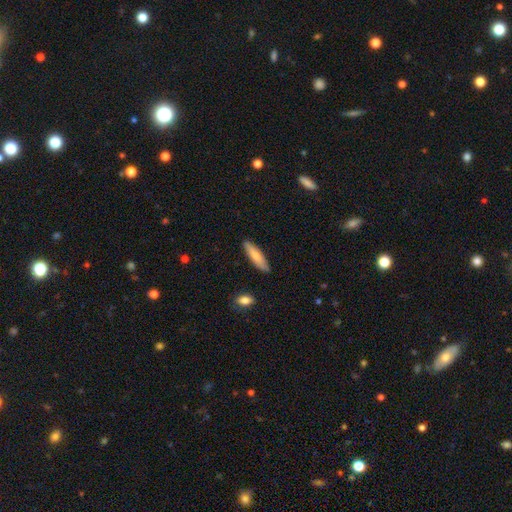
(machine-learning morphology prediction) Smooth or featured? Predicted: smooth (p=0.74). How rounded? Predicted: cigar-shaped (p=0.73). Merging? Predicted: none (p=0.87).